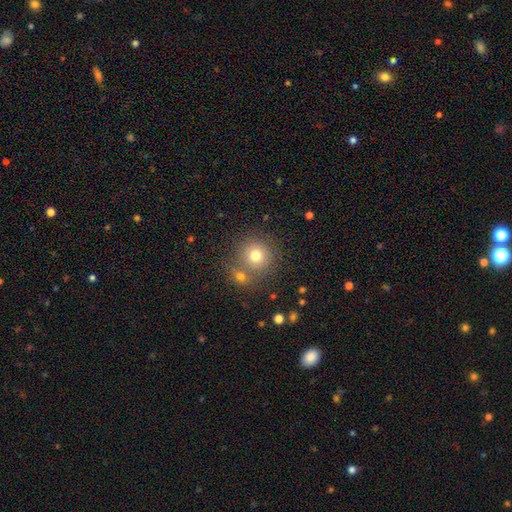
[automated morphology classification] type=smooth (74%); roundness=round (92%); merging=none (67%).